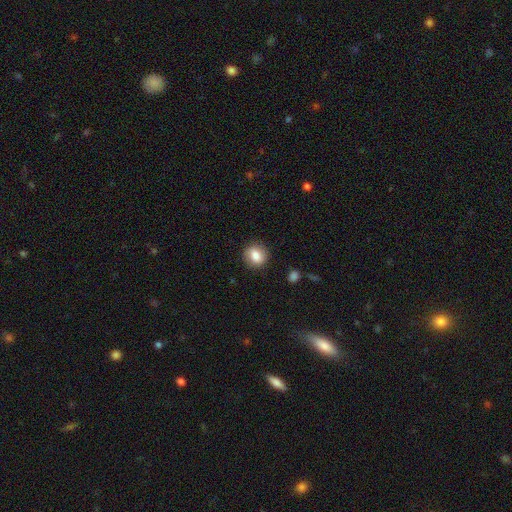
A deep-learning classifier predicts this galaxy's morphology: Smooth or featured? smooth (81%)
How rounded? round (77%)
Merging? none (87%)